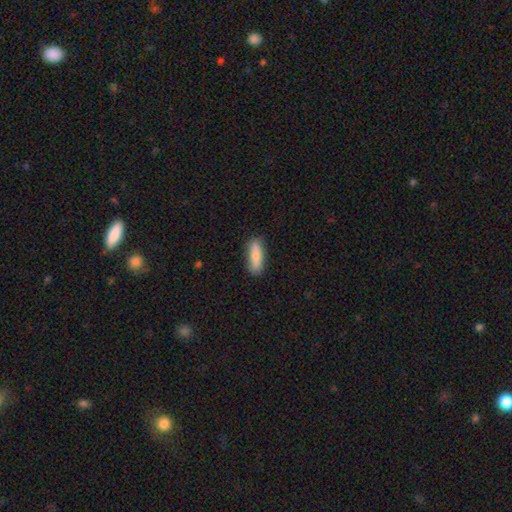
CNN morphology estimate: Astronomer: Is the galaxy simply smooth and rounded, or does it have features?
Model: smooth — 79%.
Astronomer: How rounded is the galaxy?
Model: cigar-shaped — 51% (runner-up: in between, 47%).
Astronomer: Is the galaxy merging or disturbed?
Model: none — 84%.